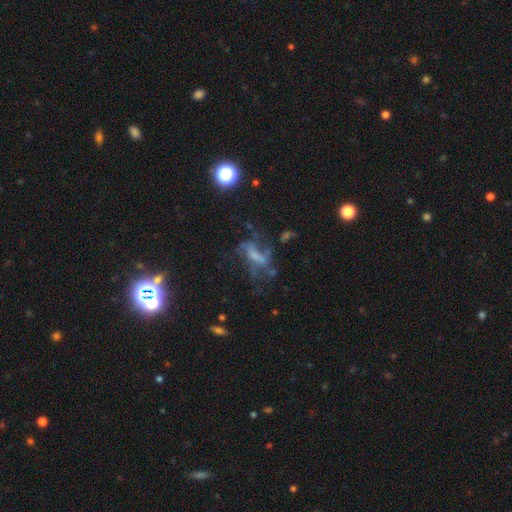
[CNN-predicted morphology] Smooth or featured?
  - featured or disk: 58% *
  - smooth: 23%
  - star or artifact: 19%
Edge-on disk?
  - no: 92% *
  - yes: 8%
Bar?
  - no: 46% *
  - weak: 33%
  - strong: 21%
Spiral arms?
  - yes: 58% *
  - no: 42%
Bulge size?
  - none: 45% *
  - small: 23%
  - moderate: 21%
  - large: 9%
  - dominant: 2%
Merging?
  - major disturbance: 40% *
  - none: 37%
  - minor disturbance: 16%
  - merger: 7%